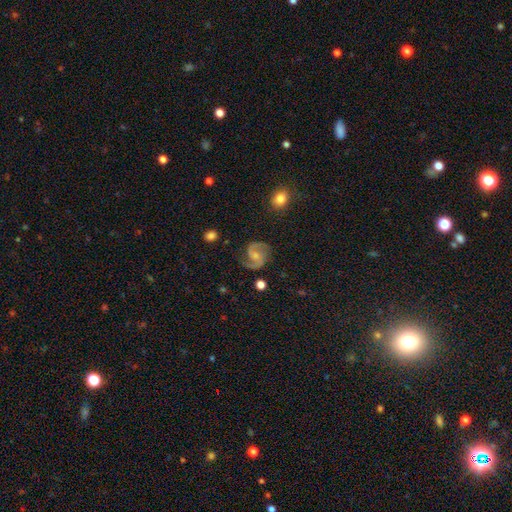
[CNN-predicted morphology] smooth-or-featured: featured or disk: 87% | smooth: 7% | star or artifact: 5%
  disk-edge-on: no: 98% | yes: 2%
    bar: weak: 45% | no: 44% | strong: 10%
    has-spiral-arms: yes: 98% | no: 2%
      spiral-winding: medium: 60% | loose: 20% | tight: 20%
      spiral-arm-count: 2: 92% | 1: 3% | can't tell: 2% | 3: 1% | 4: 1% | more than 4: 1%
    bulge-size: small: 40% | moderate: 39% | none: 16% | large: 4% | dominant: 1%
  merging: none: 78% | minor disturbance: 14% | major disturbance: 6% | merger: 2%